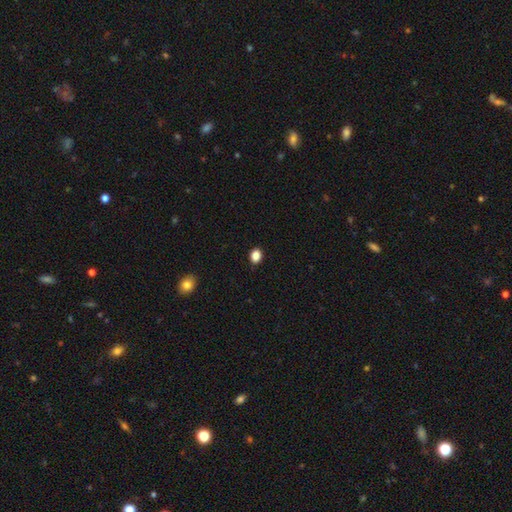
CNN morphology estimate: smooth_or_featured: smooth (p=0.86) [alt: star or artifact p=0.10]
how_rounded: in between (p=0.55) [alt: round p=0.44]
merging: none (p=0.90) [alt: minor disturbance p=0.08]